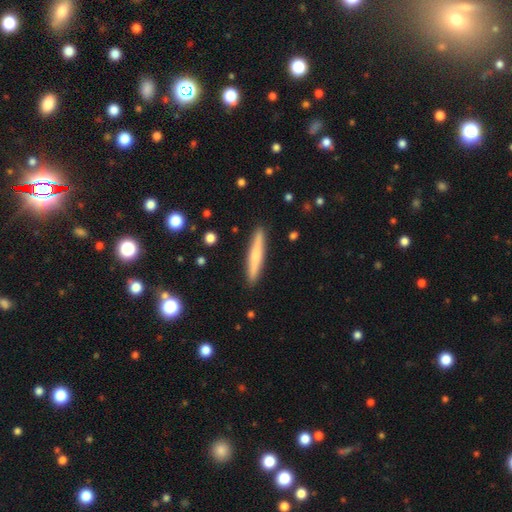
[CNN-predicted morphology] A smooth galaxy with no disk features (62%) that is cigar-shaped (94%).

Vote fractions:
- Smooth or featured? smooth: 62% / featured or disk: 32% / star or artifact: 6%
- How rounded? cigar-shaped: 94% / in between: 5% / round: 1%
- Merging? none: 91% / minor disturbance: 6% / major disturbance: 1% / merger: 1%